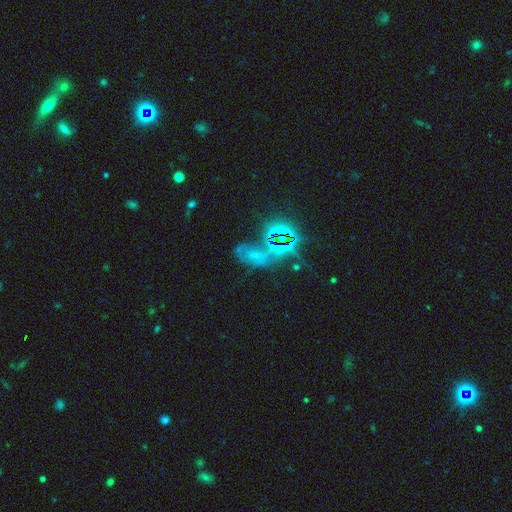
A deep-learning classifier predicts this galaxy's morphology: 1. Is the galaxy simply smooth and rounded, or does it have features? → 50% star or artifact, 26% smooth, 24% featured or disk.